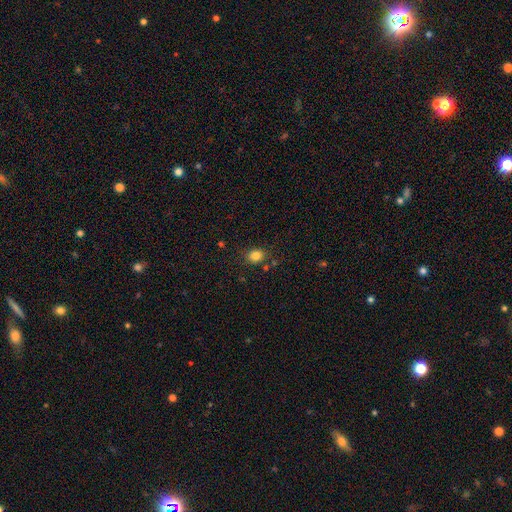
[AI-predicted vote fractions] smooth-or-featured: smooth: 83% | star or artifact: 12% | featured or disk: 5%
  how-rounded: round: 59% | in between: 40% | cigar-shaped: 1%
  merging: none: 82% | minor disturbance: 11% | merger: 4% | major disturbance: 3%